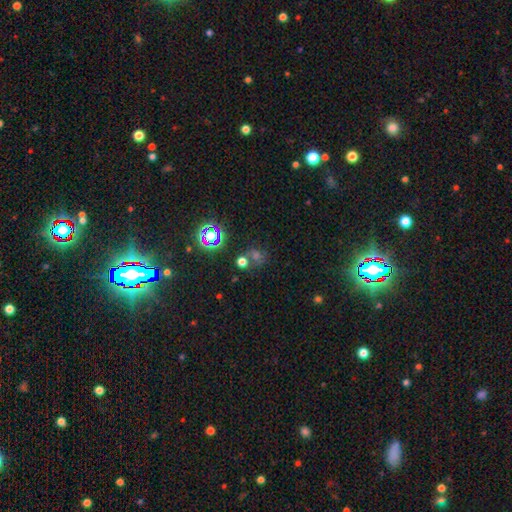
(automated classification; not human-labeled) A star or artifact, not a galaxy (55%).

Vote fractions:
- Smooth or featured? star or artifact: 55% / smooth: 35% / featured or disk: 10%